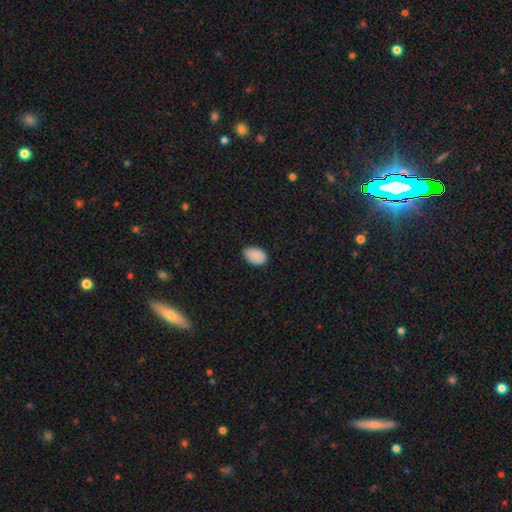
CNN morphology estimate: Q: Smooth or featured?
A: smooth (88%); runner-up: star or artifact (8%)
Q: How rounded?
A: in between (89%); runner-up: round (10%)
Q: Merging?
A: none (72%); runner-up: minor disturbance (24%)